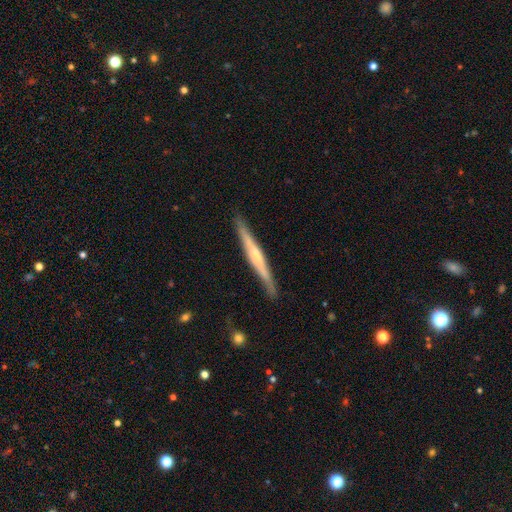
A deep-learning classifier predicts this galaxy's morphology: Smooth or featured? featured or disk (65%)
Edge-on disk? yes (97%)
Edge-on bulge? rounded (49%)
Merging? none (87%)